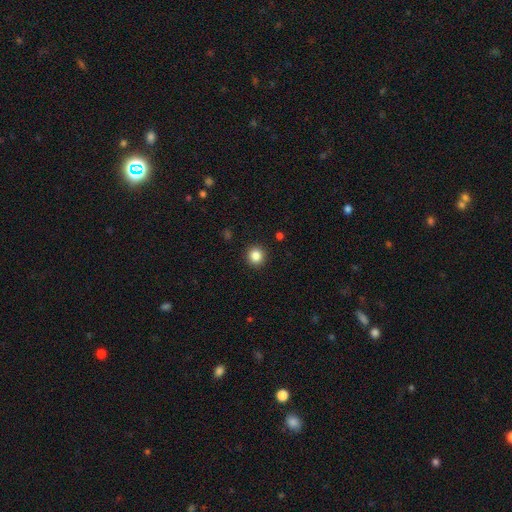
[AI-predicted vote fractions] Smooth or featured?
  - smooth: 85% *
  - star or artifact: 11%
  - featured or disk: 4%
How rounded?
  - round: 94% *
  - in between: 5%
  - cigar-shaped: 1%
Merging?
  - none: 93% *
  - minor disturbance: 5%
  - major disturbance: 2%
  - merger: 1%